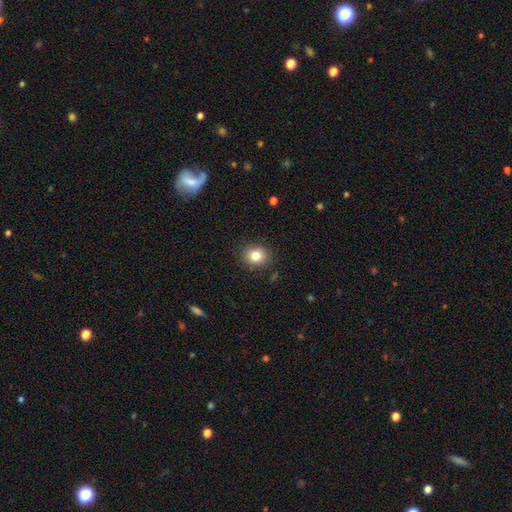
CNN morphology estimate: Overall: smooth (80%). How rounded: round (73%). Merging: none (88%).